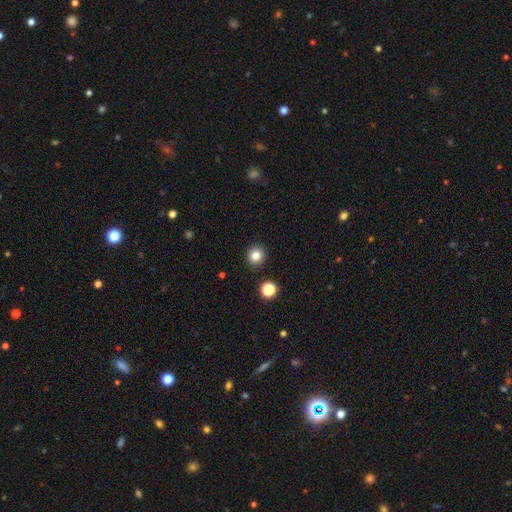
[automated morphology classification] Q: Smooth or featured?
A: smooth (81%); runner-up: star or artifact (12%)
Q: How rounded?
A: round (93%); runner-up: in between (6%)
Q: Merging?
A: none (92%); runner-up: minor disturbance (5%)